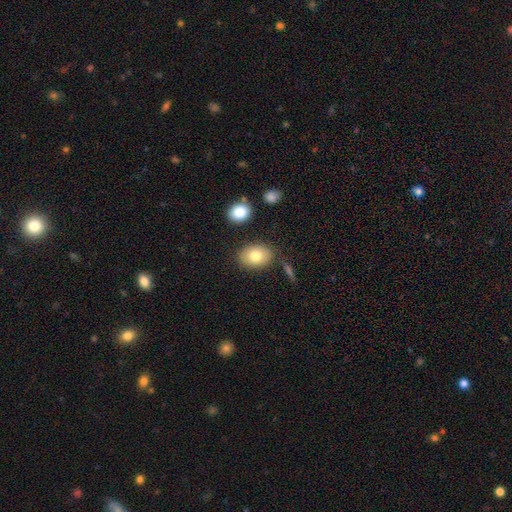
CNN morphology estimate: smooth-or-featured: smooth: 79% | featured or disk: 13% | star or artifact: 8%
  how-rounded: in between: 76% | round: 22% | cigar-shaped: 1%
  merging: none: 81% | minor disturbance: 12% | merger: 5% | major disturbance: 3%